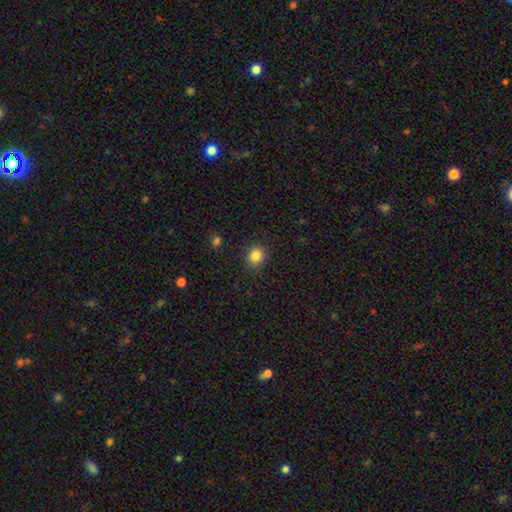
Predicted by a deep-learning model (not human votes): Q: Smooth or featured?
A: smooth (84%); runner-up: star or artifact (11%)
Q: How rounded?
A: round (77%); runner-up: in between (22%)
Q: Merging?
A: none (89%); runner-up: minor disturbance (7%)